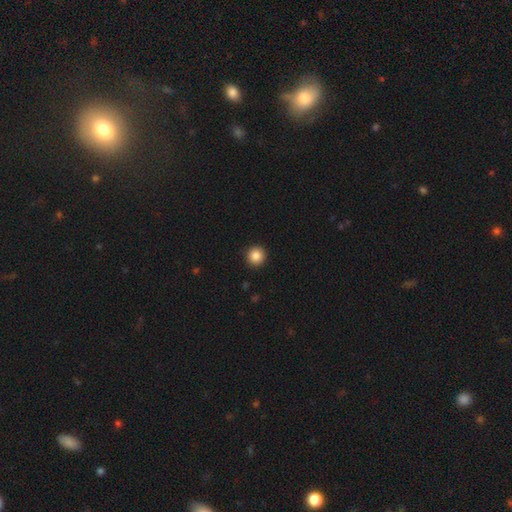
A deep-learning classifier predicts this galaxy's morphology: A smooth galaxy with no disk features (87%) that is round (96%). Merging: none (93%).